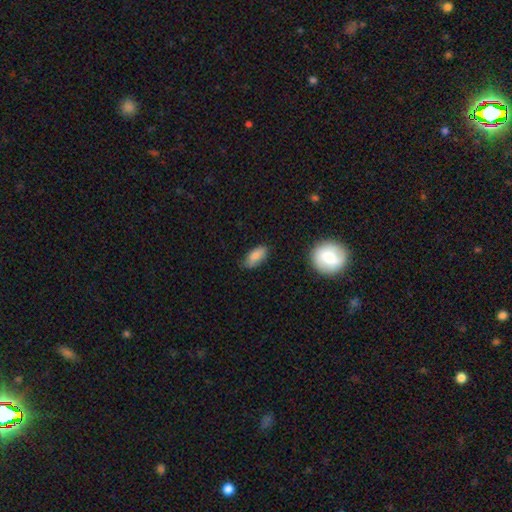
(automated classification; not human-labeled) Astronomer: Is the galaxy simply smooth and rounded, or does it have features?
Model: smooth — 84%.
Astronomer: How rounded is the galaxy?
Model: in between — 89%.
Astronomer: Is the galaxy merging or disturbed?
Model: none — 75%.